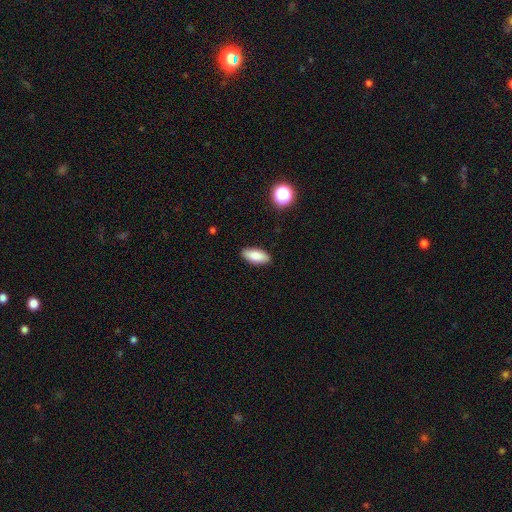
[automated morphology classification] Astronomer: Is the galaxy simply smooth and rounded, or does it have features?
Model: smooth — 85%.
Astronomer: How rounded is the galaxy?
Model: in between — 84%.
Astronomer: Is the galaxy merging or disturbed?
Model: none — 89%.